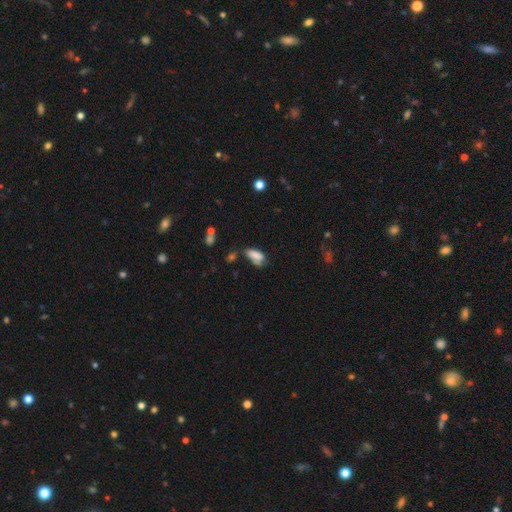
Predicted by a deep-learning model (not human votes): Smooth or featured: smooth — 79% (featured or disk — 11%)
How rounded: in between — 86% (cigar-shaped — 10%)
Merging: none — 37% (minor disturbance — 33%)